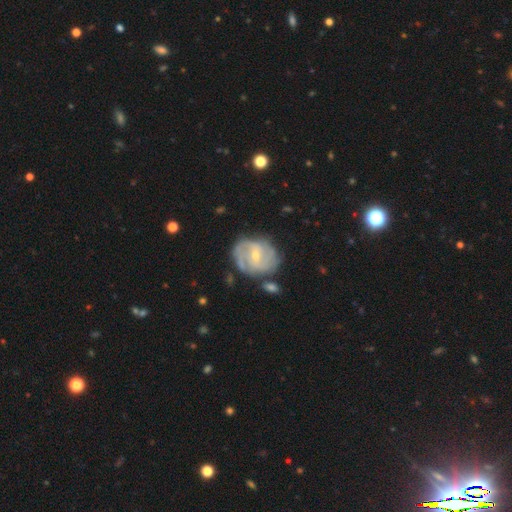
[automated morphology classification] The model was most divided on "spiral winding": tight: 46%, medium: 40%, loose: 14%. Remaining: edge-on disk — no (97%); spiral arms — yes (91%); smooth or featured — featured or disk (81%); merging — none (68%); bulge size — small (66%); bar — weak (52%); spiral arm count — 2 (40%).